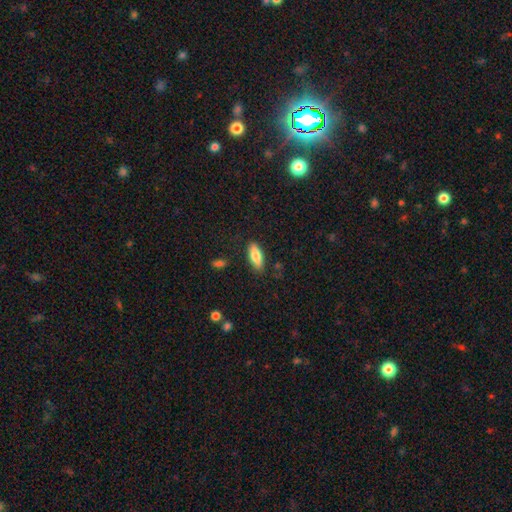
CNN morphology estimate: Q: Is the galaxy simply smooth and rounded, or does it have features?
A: smooth — 80%.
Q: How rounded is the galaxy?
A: in between — 70%.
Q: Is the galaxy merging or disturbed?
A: none — 85%.